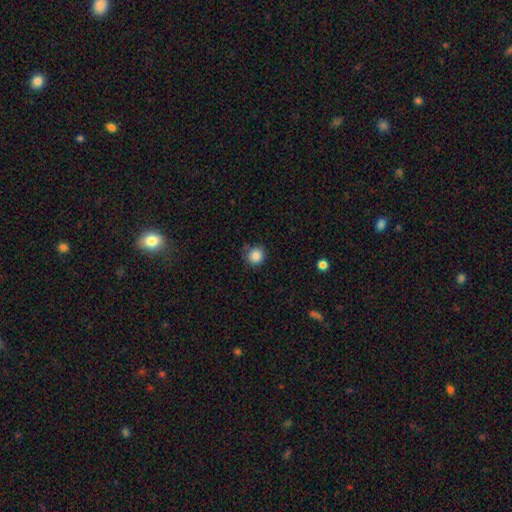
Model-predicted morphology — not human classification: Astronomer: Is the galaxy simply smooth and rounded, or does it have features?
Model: smooth — 85%.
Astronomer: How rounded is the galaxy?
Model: round — 90%.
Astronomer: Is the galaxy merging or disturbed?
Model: none — 76%.